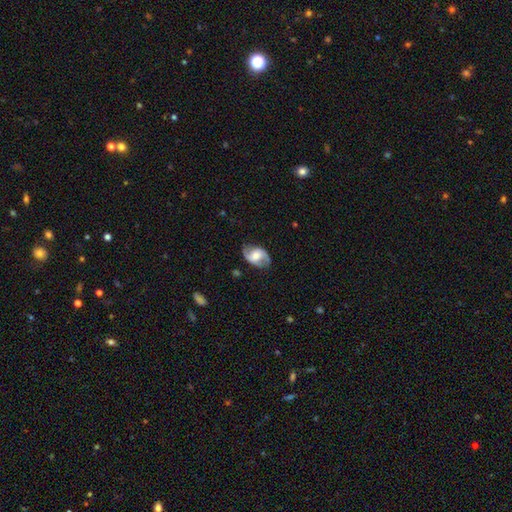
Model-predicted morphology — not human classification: This is likely a featured or disk galaxy (73%). It is clearly not viewed edge-on (97%). Bar: possibly no (48%). Spiral arm pattern: clearly yes (91%). Spiral arm count: clearly 2 (89%). Spiral winding: marginally medium (44%). Central bulge: possibly moderate (55%). Merging: likely none (75%).